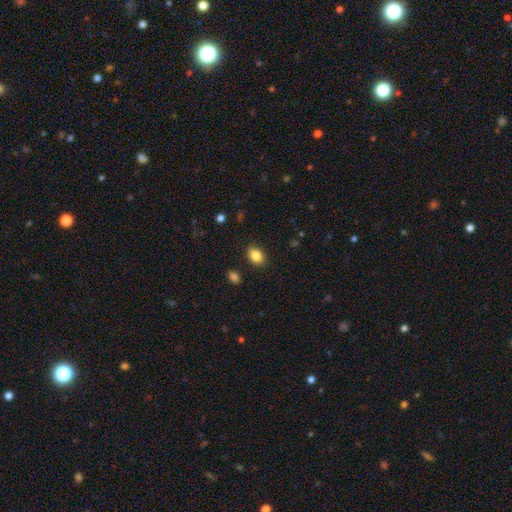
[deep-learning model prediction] Smooth or featured?
  - smooth: 85% *
  - star or artifact: 8%
  - featured or disk: 6%
How rounded?
  - in between: 77% *
  - round: 21%
  - cigar-shaped: 1%
Merging?
  - none: 88% *
  - minor disturbance: 8%
  - major disturbance: 2%
  - merger: 2%